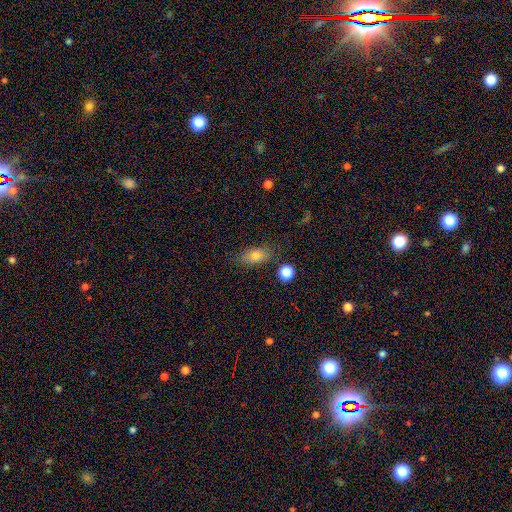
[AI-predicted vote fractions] smooth_or_featured: smooth (p=0.75) [alt: featured or disk p=0.14]
how_rounded: in between (p=0.82) [alt: round p=0.09]
merging: none (p=0.79) [alt: minor disturbance p=0.14]